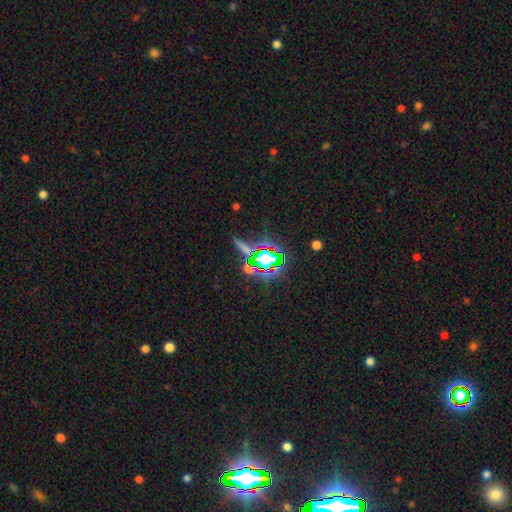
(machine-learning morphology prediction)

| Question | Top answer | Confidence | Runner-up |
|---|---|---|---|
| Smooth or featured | star or artifact | 81% | smooth (10%) |